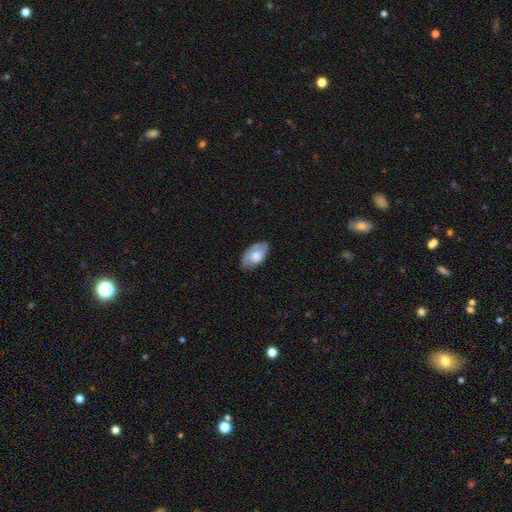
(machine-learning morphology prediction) A smooth galaxy with no disk features (65%) that is in between round and cigar-shaped (94%).

Vote fractions:
- Smooth or featured? smooth: 65% / featured or disk: 29% / star or artifact: 6%
- How rounded? in between: 94% / round: 4% / cigar-shaped: 2%
- Merging? none: 71% / minor disturbance: 23% / major disturbance: 5% / merger: 1%